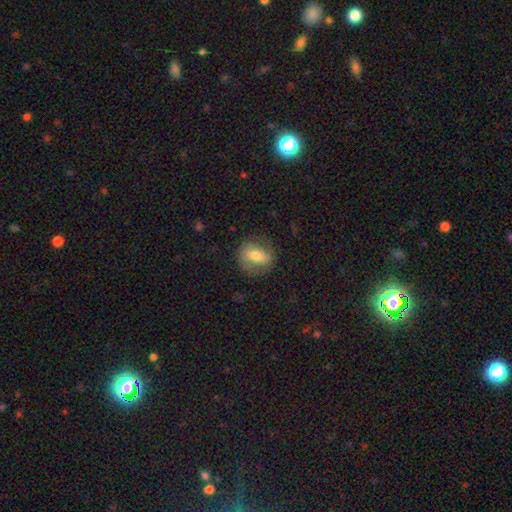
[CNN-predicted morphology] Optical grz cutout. It shows a smooth galaxy with no disk features (56%) that is round (51%). Merging: none (76%).